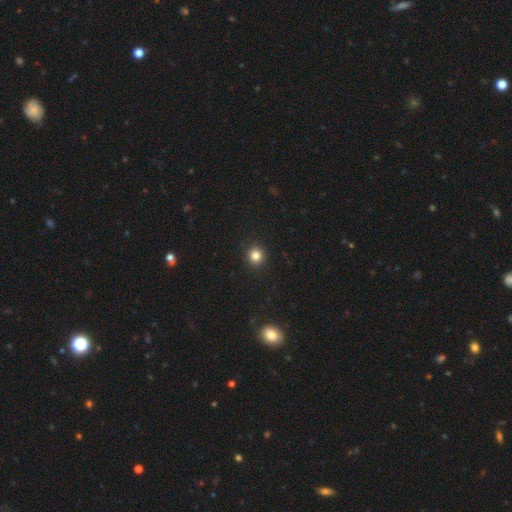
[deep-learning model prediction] Overall: smooth (83%). How rounded: round (92%). Merging: none (93%).